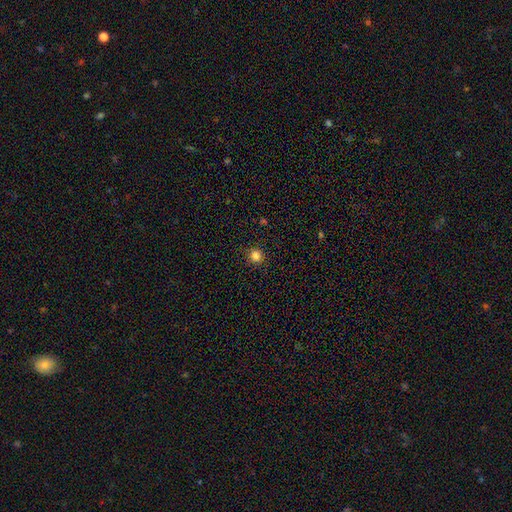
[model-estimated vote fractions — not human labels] Smooth or featured? Predicted: smooth (p=0.83). How rounded? Predicted: round (p=0.93). Merging? Predicted: none (p=0.91).